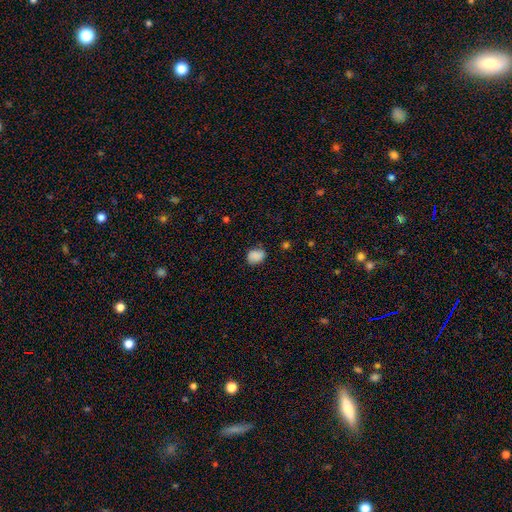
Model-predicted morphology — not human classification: Smooth or featured? Predicted: smooth (p=0.84). How rounded? Predicted: in between (p=0.60). Merging? Predicted: none (p=0.73).